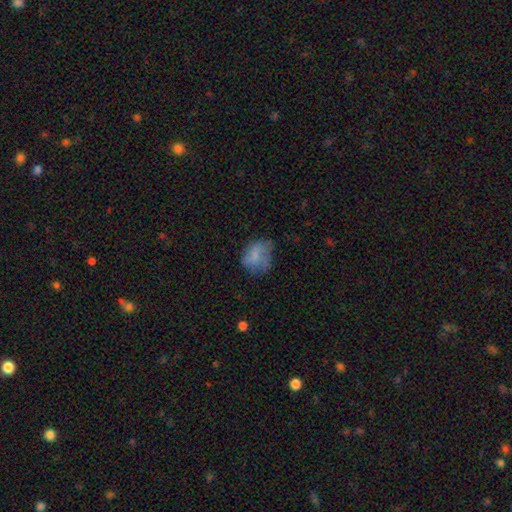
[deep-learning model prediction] Q: Smooth or featured?
A: smooth (68%); runner-up: featured or disk (22%)
Q: How rounded?
A: round (53%); runner-up: in between (46%)
Q: Merging?
A: none (49%); runner-up: minor disturbance (29%)